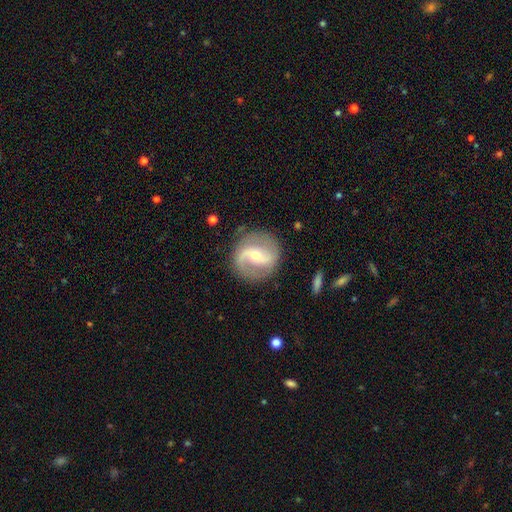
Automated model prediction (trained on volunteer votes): Smooth or featured?
  - featured or disk: 84% *
  - smooth: 11%
  - star or artifact: 5%
Edge-on disk?
  - no: 97% *
  - yes: 3%
Bar?
  - weak: 43% *
  - strong: 31%
  - no: 26%
Spiral arms?
  - yes: 93% *
  - no: 7%
Spiral winding?
  - medium: 46% *
  - loose: 35%
  - tight: 19%
Spiral arm count?
  - 2: 88% *
  - 1: 5%
  - can't tell: 4%
  - 3: 1%
  - 4: 1%
  - more than 4: 1%
Bulge size?
  - moderate: 50% *
  - small: 46%
  - large: 2%
  - none: 1%
  - dominant: 1%
Merging?
  - none: 83% *
  - minor disturbance: 11%
  - major disturbance: 4%
  - merger: 1%